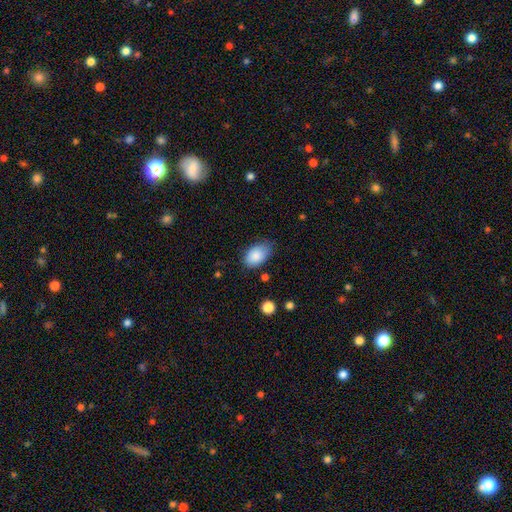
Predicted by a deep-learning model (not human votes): Q: Smooth or featured?
A: smooth (87%); runner-up: star or artifact (7%)
Q: How rounded?
A: in between (91%); runner-up: round (8%)
Q: Merging?
A: none (70%); runner-up: minor disturbance (24%)